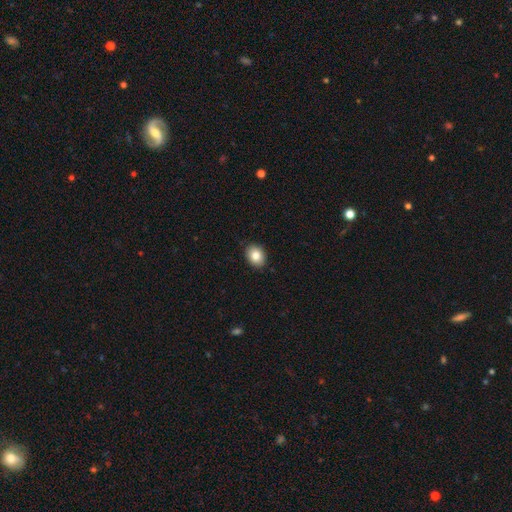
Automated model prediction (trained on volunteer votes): Overall: smooth (83%). How rounded: in between (61%; round 38%). Merging: none (89%).